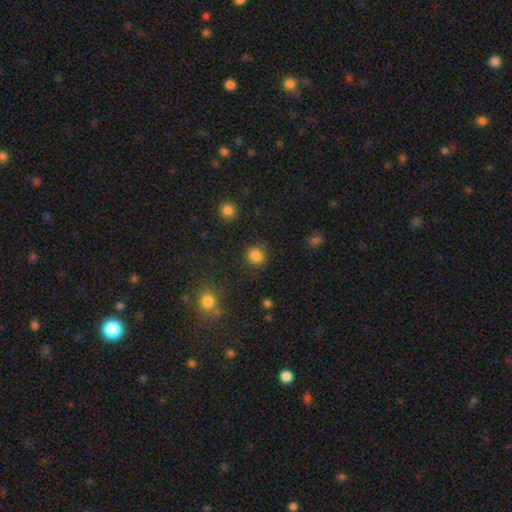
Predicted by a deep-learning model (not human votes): Overall: smooth (84%). How rounded: round (86%). Merging: none (83%).